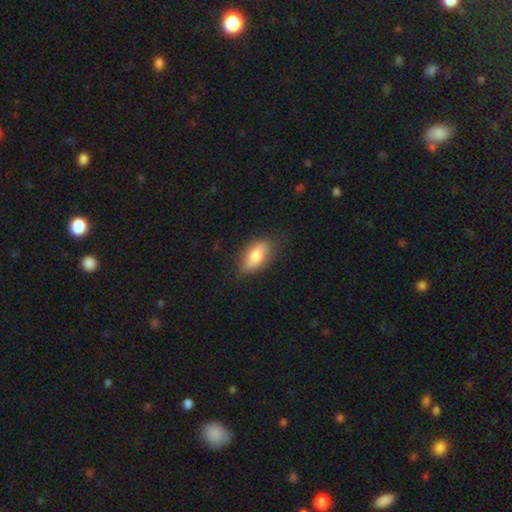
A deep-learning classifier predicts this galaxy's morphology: smooth_or_featured: smooth (p=0.74) [alt: featured or disk p=0.19]
how_rounded: in between (p=0.88) [alt: cigar-shaped p=0.08]
merging: none (p=0.79) [alt: minor disturbance p=0.16]